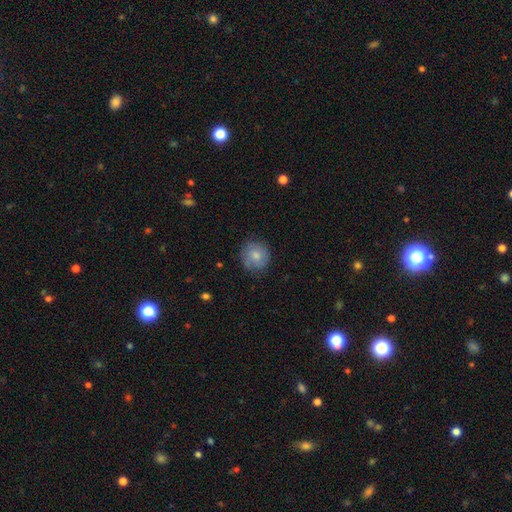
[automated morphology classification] A smooth galaxy with no disk features (73%) that is round (87%).

Vote fractions:
- Smooth or featured? smooth: 73% / featured or disk: 20% / star or artifact: 7%
- How rounded? round: 87% / in between: 12% / cigar-shaped: 1%
- Merging? none: 78% / minor disturbance: 17% / major disturbance: 4% / merger: 1%